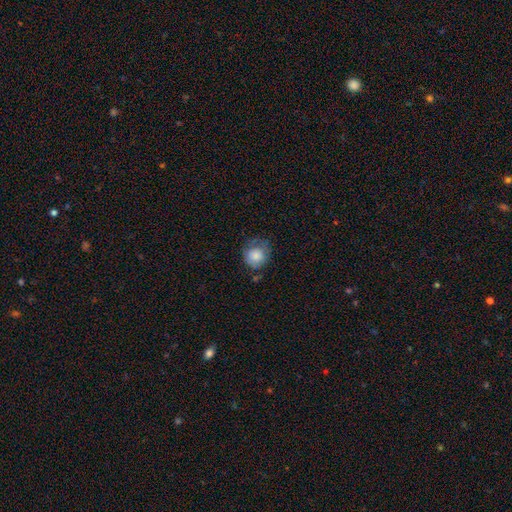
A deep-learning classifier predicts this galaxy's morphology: Smooth or featured? smooth (79%)
How rounded? round (82%)
Merging? none (49%)